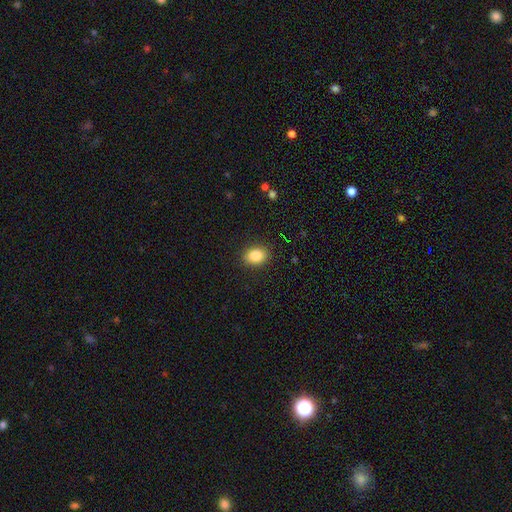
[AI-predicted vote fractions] Smooth or featured? Predicted: smooth (p=0.86). How rounded? Predicted: in between (p=0.70). Merging? Predicted: none (p=0.88).